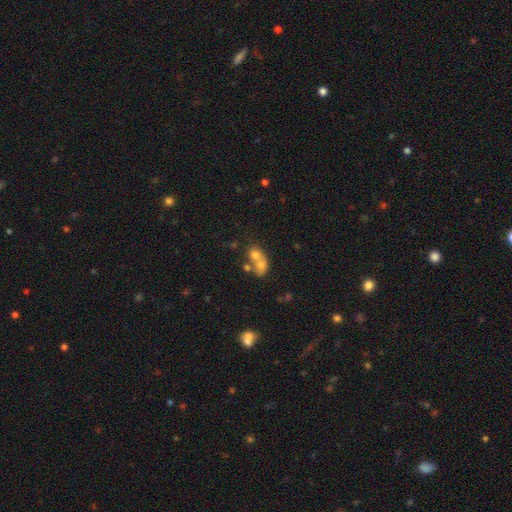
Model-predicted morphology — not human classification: The model was most divided on "how rounded": round: 53%, in between: 45%, cigar-shaped: 1%. More confident: merging — merger (67%); smooth or featured — smooth (66%).